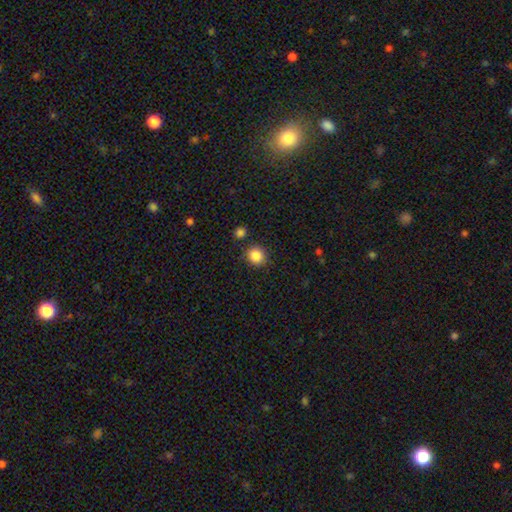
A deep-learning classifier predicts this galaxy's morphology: A smooth galaxy with no disk features (86%) that is round (89%).

Vote fractions:
- Smooth or featured? smooth: 86% / star or artifact: 10% / featured or disk: 4%
- How rounded? round: 89% / in between: 10% / cigar-shaped: 1%
- Merging? none: 85% / minor disturbance: 8% / merger: 4% / major disturbance: 3%